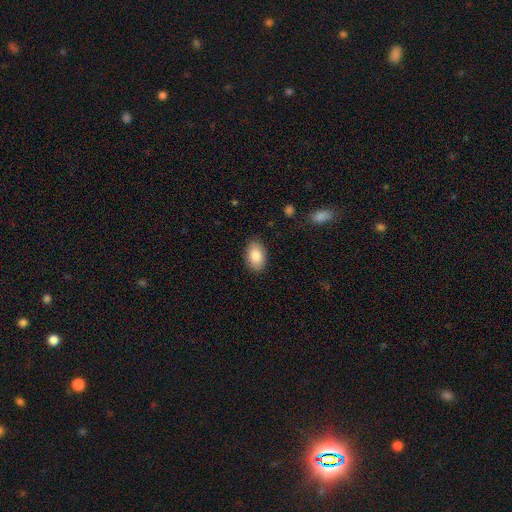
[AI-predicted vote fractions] Smooth or featured? Predicted: smooth (p=0.86). How rounded? Predicted: in between (p=0.90). Merging? Predicted: none (p=0.87).